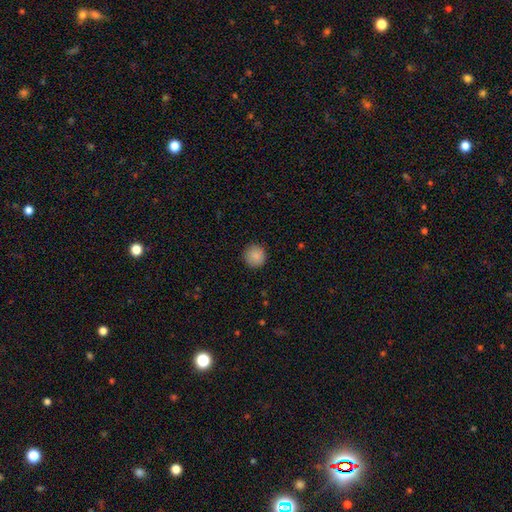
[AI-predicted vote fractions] Smooth or featured? Predicted: smooth (p=0.88). How rounded? Predicted: round (p=0.94). Merging? Predicted: none (p=0.91).